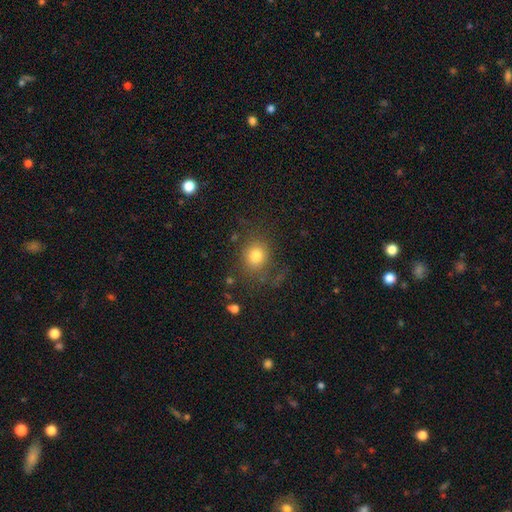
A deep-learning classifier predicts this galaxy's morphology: Smooth or featured?
  - smooth: 78% *
  - star or artifact: 13%
  - featured or disk: 9%
How rounded?
  - round: 73% *
  - in between: 26%
  - cigar-shaped: 1%
Merging?
  - none: 71% *
  - minor disturbance: 15%
  - major disturbance: 10%
  - merger: 3%